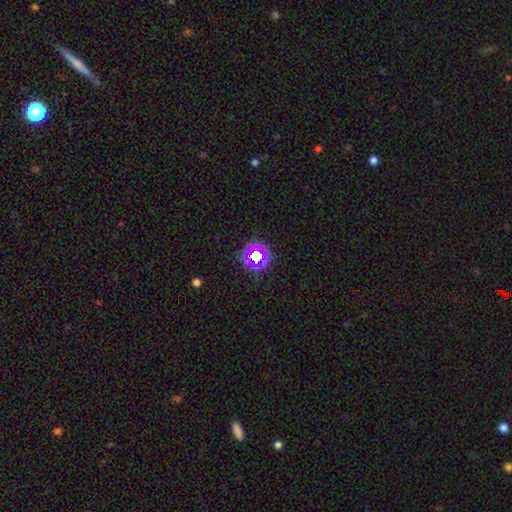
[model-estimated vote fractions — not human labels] smooth-or-featured: star or artifact: 64% | smooth: 26% | featured or disk: 11%